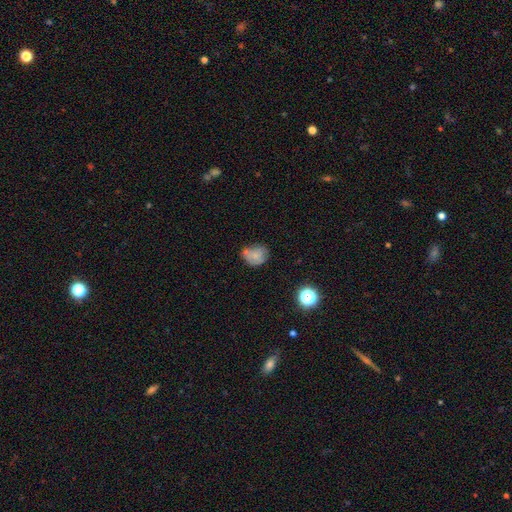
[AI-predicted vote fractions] Smooth or featured?
  - smooth: 67% *
  - featured or disk: 21%
  - star or artifact: 12%
How rounded?
  - round: 60% *
  - in between: 39%
  - cigar-shaped: 1%
Merging?
  - none: 45% *
  - minor disturbance: 28%
  - merger: 17%
  - major disturbance: 10%